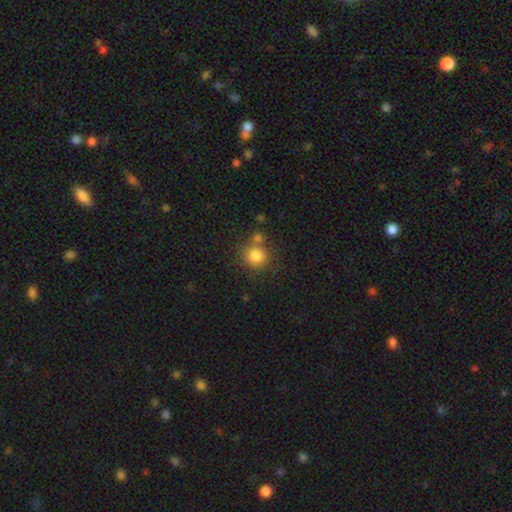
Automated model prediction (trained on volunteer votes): Q: Smooth or featured?
A: smooth (83%); runner-up: star or artifact (11%)
Q: How rounded?
A: round (91%); runner-up: in between (8%)
Q: Merging?
A: none (68%); runner-up: merger (18%)